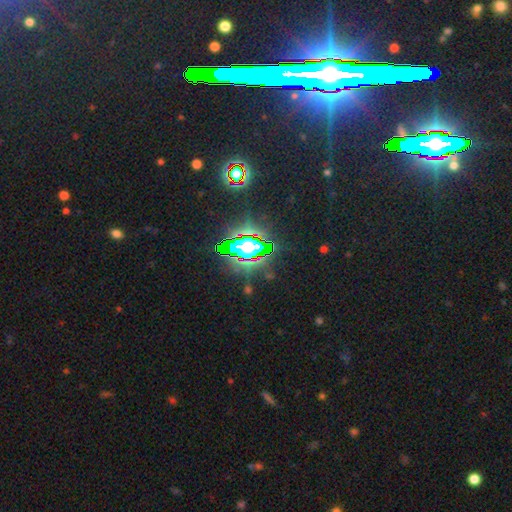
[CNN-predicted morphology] The model was most divided on "smooth or featured": star or artifact: 77%, smooth: 13%, featured or disk: 10%.